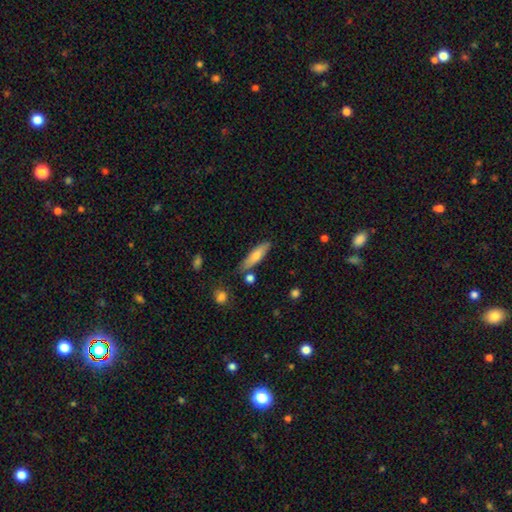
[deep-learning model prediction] This is likely a smooth galaxy (71%). How rounded: likely cigar-shaped (70%). Merging: likely none (79%).